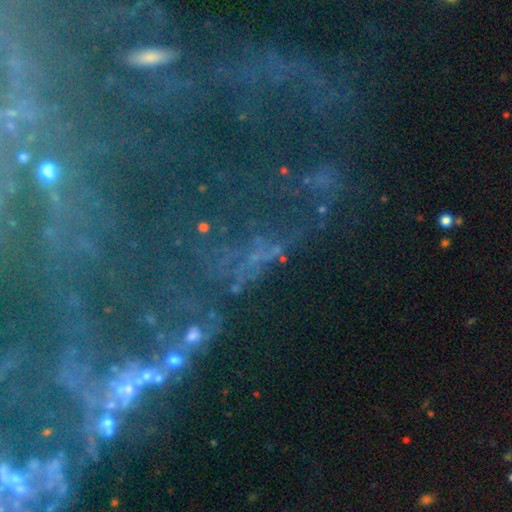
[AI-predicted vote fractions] A star or artifact, not a galaxy (59%).